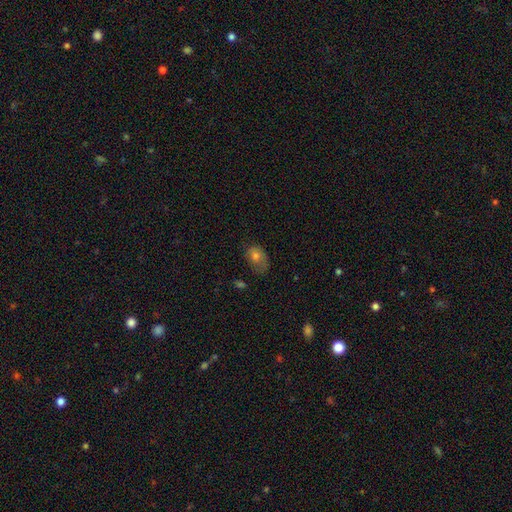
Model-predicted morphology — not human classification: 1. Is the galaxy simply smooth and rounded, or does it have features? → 64% smooth, 24% featured or disk, 12% star or artifact.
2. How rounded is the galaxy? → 72% in between, 27% round, 1% cigar-shaped.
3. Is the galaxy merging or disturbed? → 44% none, 32% minor disturbance, 21% major disturbance, 3% merger.